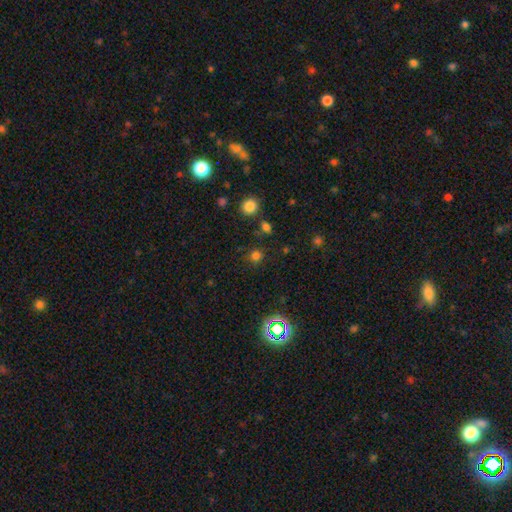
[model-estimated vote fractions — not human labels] Morphology: type=smooth (69%); roundness=round (87%); merging=none (80%).